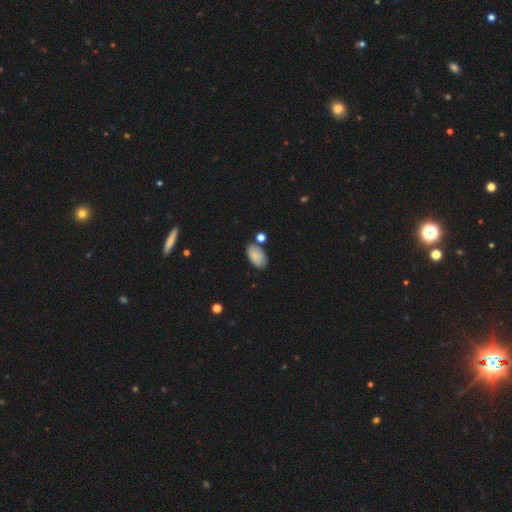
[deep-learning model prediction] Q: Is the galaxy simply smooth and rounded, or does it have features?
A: smooth — 82%.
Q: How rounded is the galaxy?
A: in between — 94%.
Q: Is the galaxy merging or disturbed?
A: none — 70%.